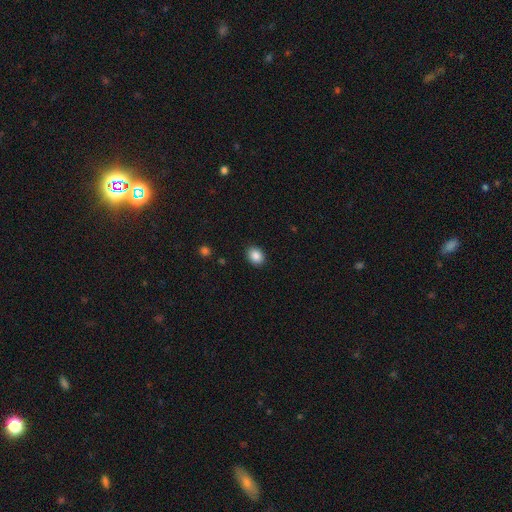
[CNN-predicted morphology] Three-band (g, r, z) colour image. It shows a smooth galaxy with no disk features (88%) that is in between round and cigar-shaped (51%). Merging: none (90%).